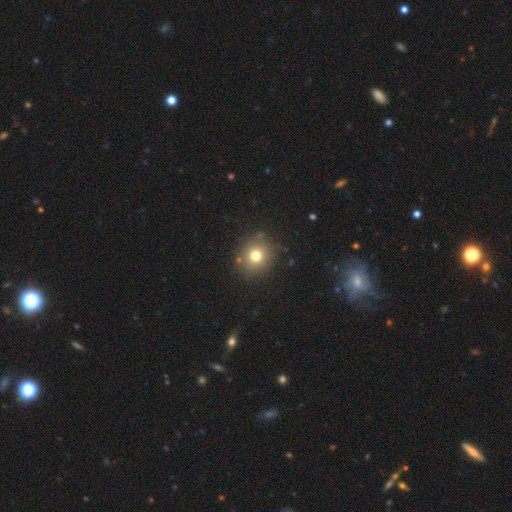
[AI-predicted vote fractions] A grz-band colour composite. It shows a smooth galaxy with no disk features (75%) that is round (84%). Merging: none (84%).